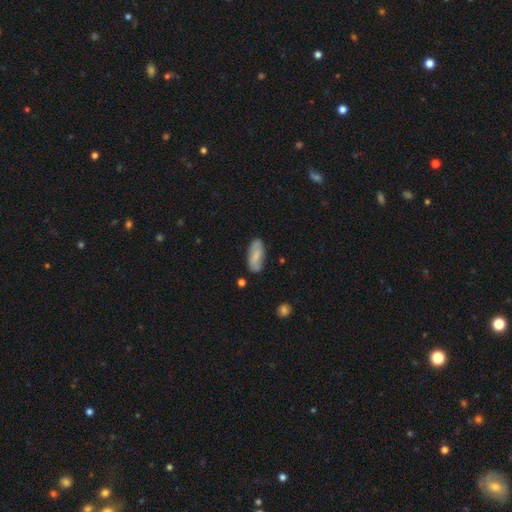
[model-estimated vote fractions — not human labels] The model was most divided on "smooth or featured": smooth: 67%, featured or disk: 27%, star or artifact: 6%. More confident: how rounded — in between (85%); merging — none (81%).